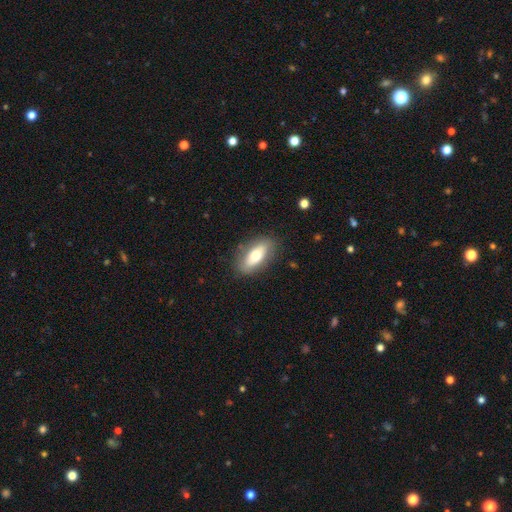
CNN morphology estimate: A smooth galaxy with no disk features (63%) that is in between round and cigar-shaped (81%).

Vote fractions:
- Smooth or featured? smooth: 63% / featured or disk: 30% / star or artifact: 6%
- How rounded? in between: 81% / cigar-shaped: 16% / round: 3%
- Merging? none: 83% / minor disturbance: 12% / major disturbance: 4% / merger: 1%